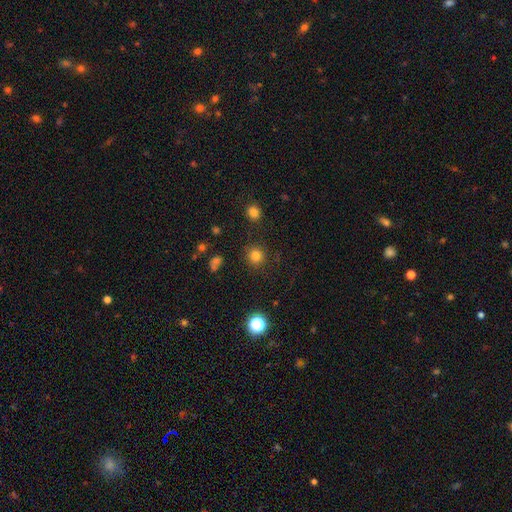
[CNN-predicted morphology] The model was most divided on "smooth or featured": smooth: 80%, star or artifact: 15%, featured or disk: 5%. More confident: how rounded — round (92%); merging — none (88%).